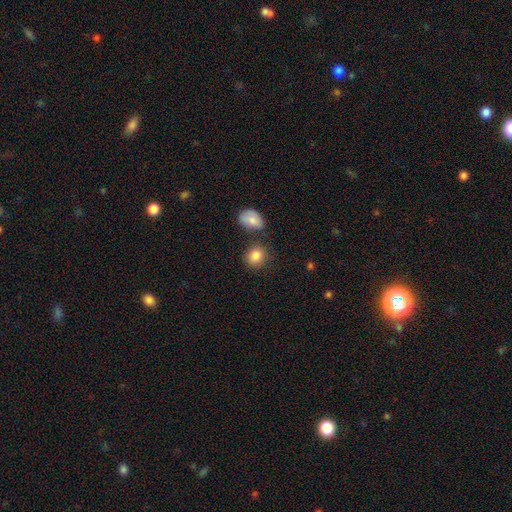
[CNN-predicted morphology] The model was most divided on "how rounded": round: 71%, in between: 28%, cigar-shaped: 1%. More confident: smooth or featured — smooth (84%); merging — none (72%).